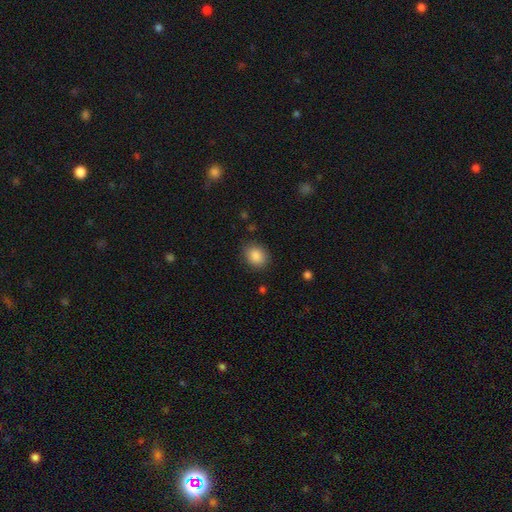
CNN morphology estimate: This is clearly a smooth galaxy (87%). How rounded: possibly round (59%). Merging: clearly none (84%).